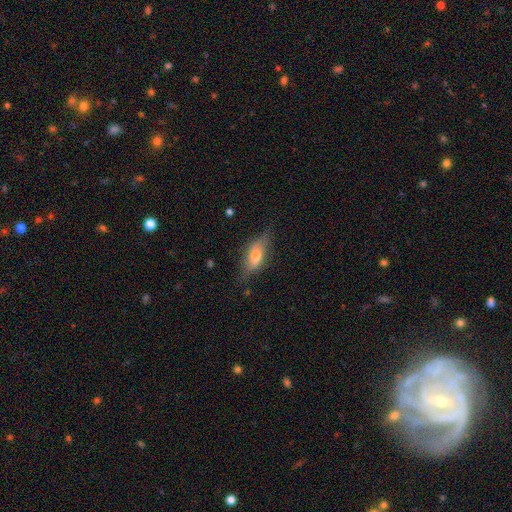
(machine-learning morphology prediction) smooth_or_featured: smooth (p=0.54) [alt: featured or disk p=0.39]
how_rounded: in between (p=0.75) [alt: cigar-shaped p=0.20]
merging: none (p=0.65) [alt: minor disturbance p=0.26]